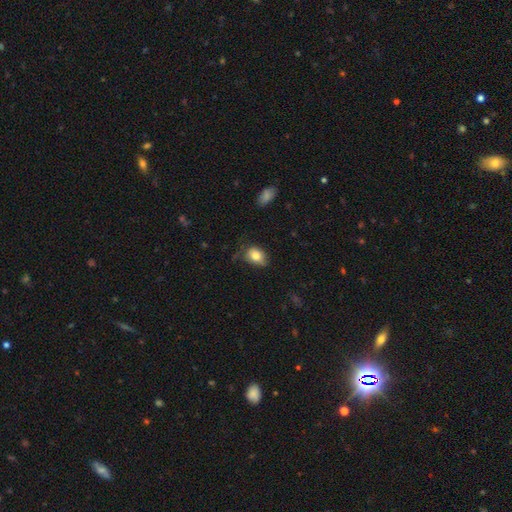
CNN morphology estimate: Smooth or featured: smooth — 80% (featured or disk — 12%)
How rounded: in between — 74% (round — 25%)
Merging: none — 57% (minor disturbance — 32%)